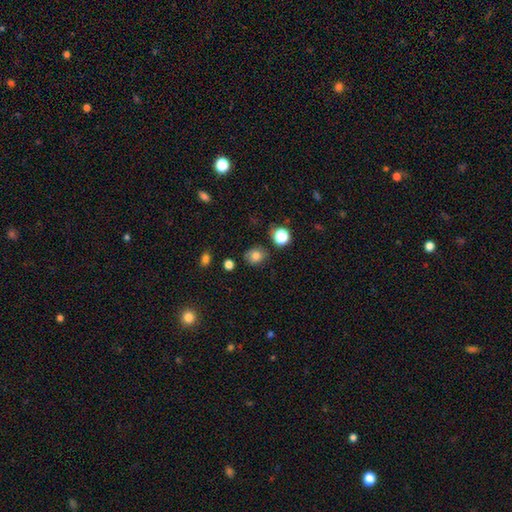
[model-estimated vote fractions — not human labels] Q: Smooth or featured?
A: smooth (78%); runner-up: star or artifact (13%)
Q: How rounded?
A: round (63%); runner-up: in between (36%)
Q: Merging?
A: none (75%); runner-up: minor disturbance (17%)